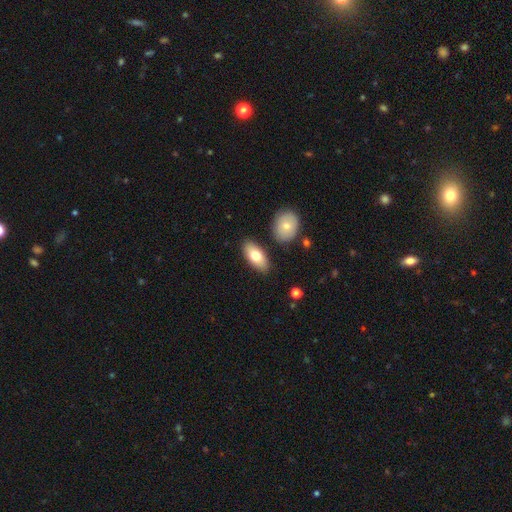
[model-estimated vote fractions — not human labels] smooth_or_featured: smooth (p=0.75) [alt: featured or disk p=0.19]
how_rounded: in between (p=0.90) [alt: cigar-shaped p=0.06]
merging: none (p=0.83) [alt: minor disturbance p=0.10]